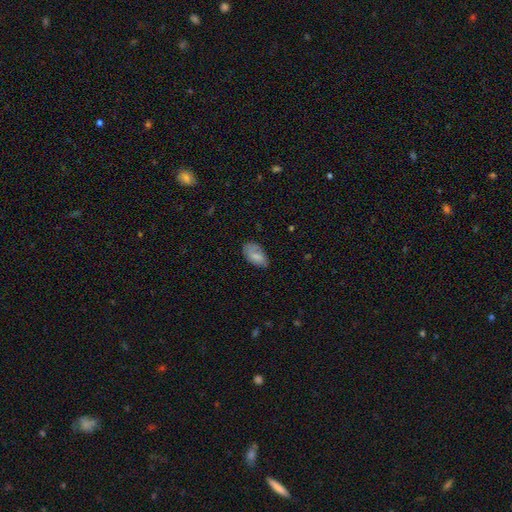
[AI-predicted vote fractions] smooth-or-featured: smooth: 73% | featured or disk: 20% | star or artifact: 8%
  how-rounded: in between: 93% | round: 4% | cigar-shaped: 3%
  merging: none: 63% | minor disturbance: 27% | major disturbance: 8% | merger: 2%